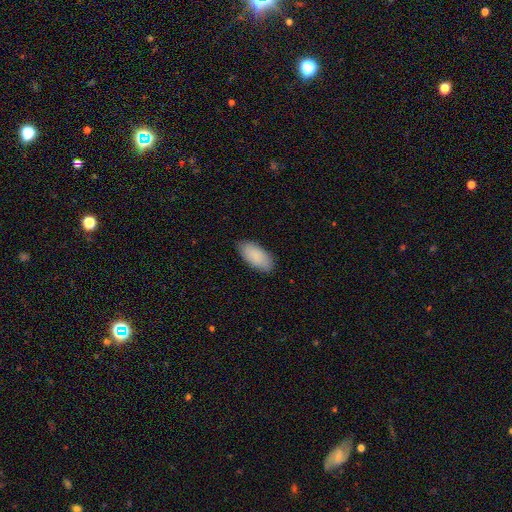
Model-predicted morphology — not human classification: Overall: smooth (89%). How rounded: in between (91%). Merging: none (86%).